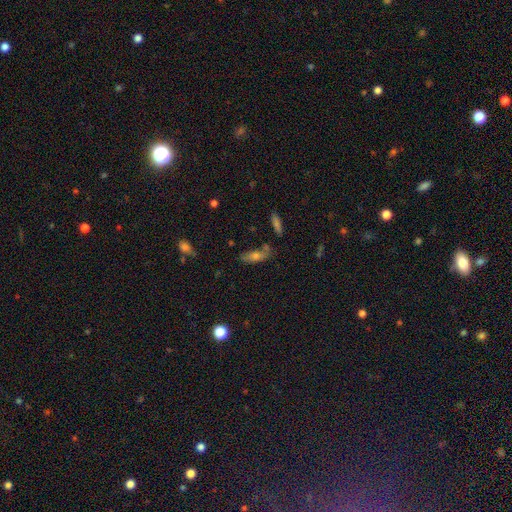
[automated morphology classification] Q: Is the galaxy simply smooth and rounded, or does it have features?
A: smooth — 58%.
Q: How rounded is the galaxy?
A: in between — 57%.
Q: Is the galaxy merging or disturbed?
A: none — 65%.